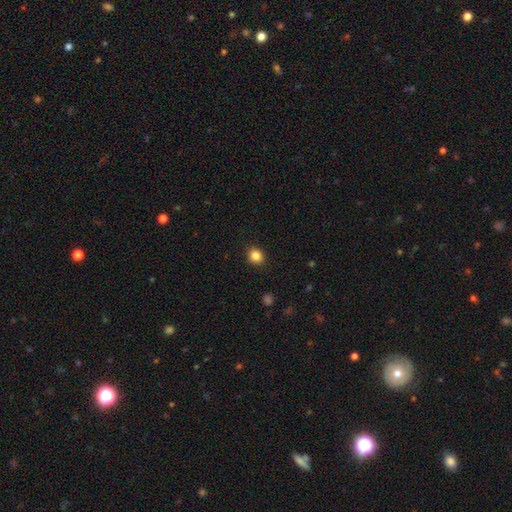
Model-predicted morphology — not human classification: Overall: smooth (85%). How rounded: round (77%). Merging: none (91%).